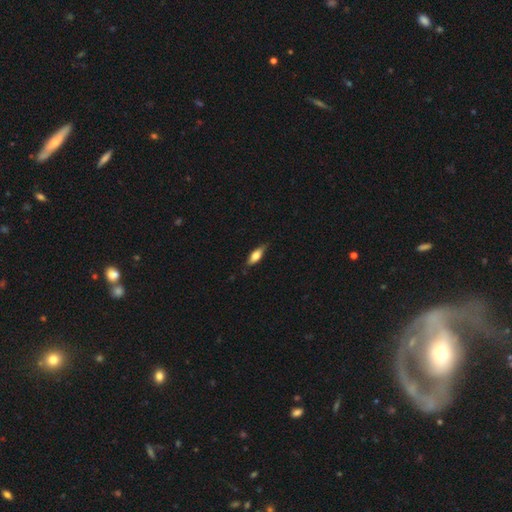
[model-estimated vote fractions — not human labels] Overall: smooth (67%). How rounded: in between (65%; cigar-shaped 33%). Merging: none (78%).